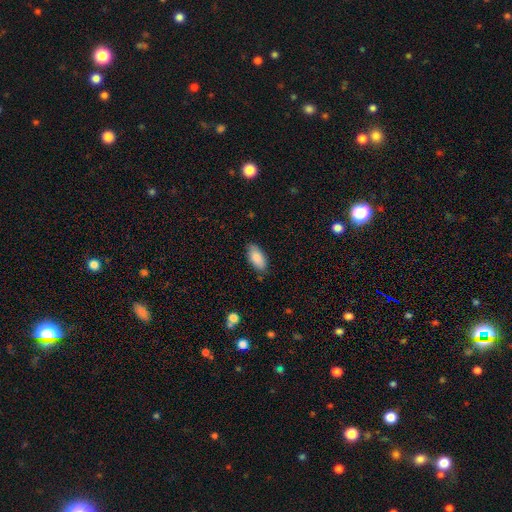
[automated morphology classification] Smooth or featured: smooth — 87% (star or artifact — 6%)
How rounded: in between — 91% (cigar-shaped — 7%)
Merging: none — 81% (minor disturbance — 15%)